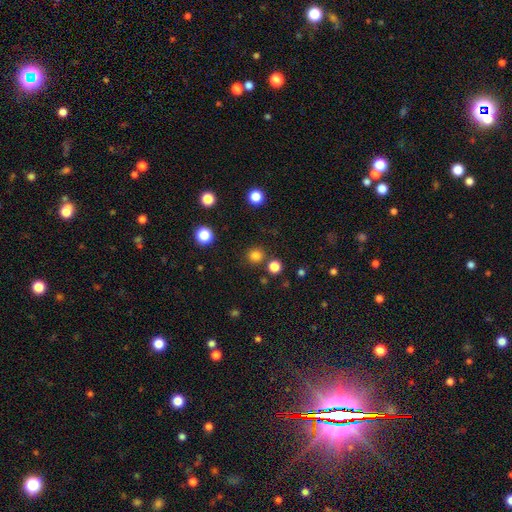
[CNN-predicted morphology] Smooth or featured? Predicted: smooth (p=0.80). How rounded? Predicted: round (p=0.93). Merging? Predicted: none (p=0.84).